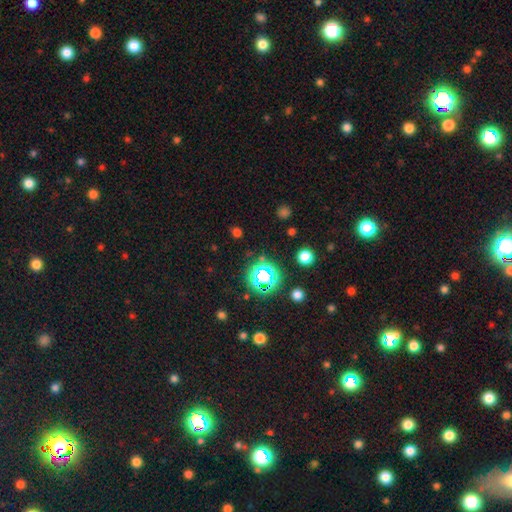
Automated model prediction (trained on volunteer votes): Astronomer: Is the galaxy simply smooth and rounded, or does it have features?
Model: star or artifact — 74%.